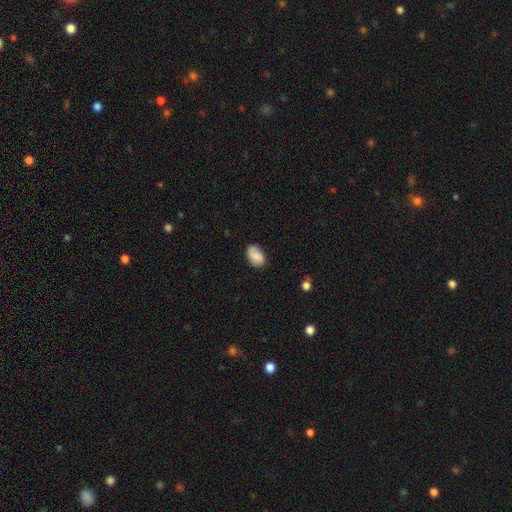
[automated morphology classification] smooth-or-featured: smooth: 78% | featured or disk: 14% | star or artifact: 8%
  how-rounded: in between: 89% | round: 9% | cigar-shaped: 1%
  merging: none: 74% | minor disturbance: 20% | major disturbance: 4% | merger: 2%